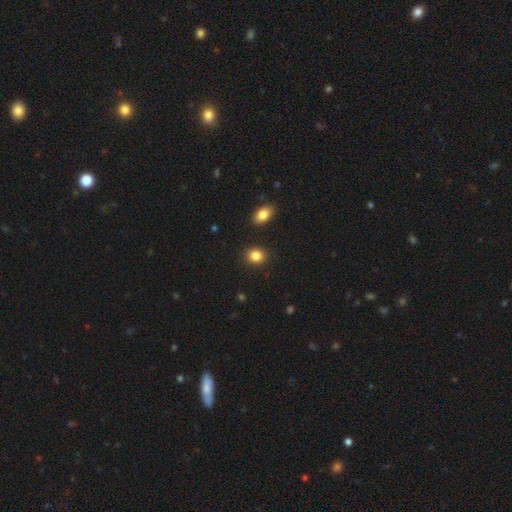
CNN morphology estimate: Smooth or featured: smooth — 86% (star or artifact — 10%)
How rounded: round — 66% (in between — 33%)
Merging: none — 89% (minor disturbance — 7%)